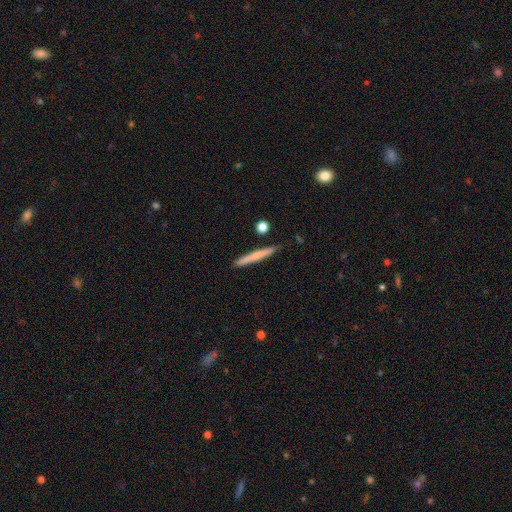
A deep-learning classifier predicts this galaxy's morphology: This appears to be a smooth galaxy with no disk features (61%) that is cigar-shaped (96%). Merging: none (87%).